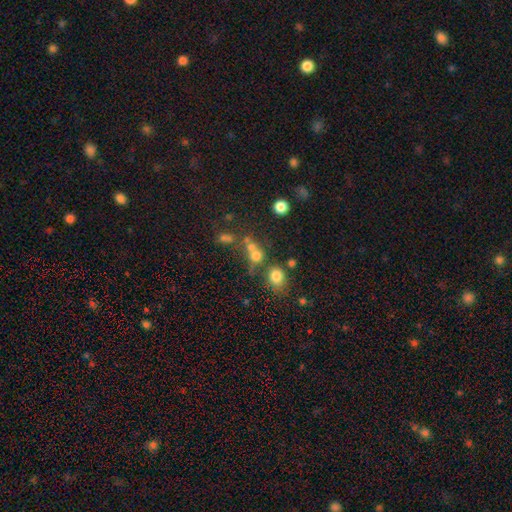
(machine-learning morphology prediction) A smooth galaxy with no disk features (65%) that is round (74%). Merging: merger (43%).